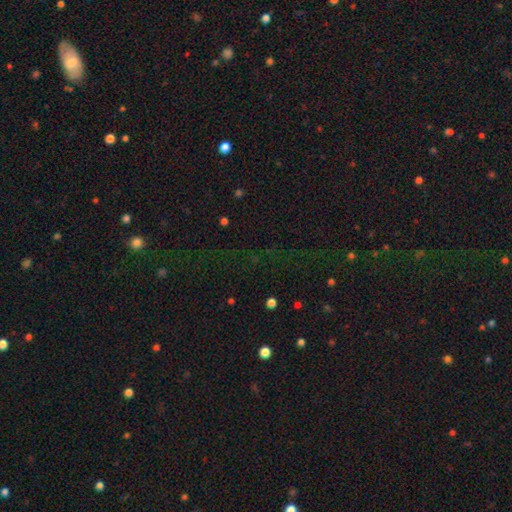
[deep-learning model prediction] Smooth or featured?
  - star or artifact: 71% *
  - smooth: 19%
  - featured or disk: 11%